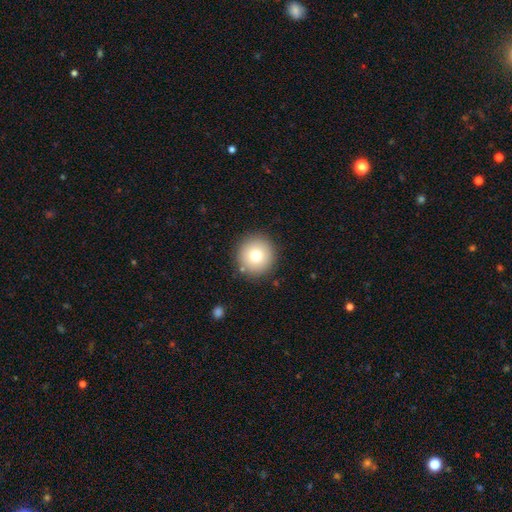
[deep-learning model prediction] This appears to be a smooth galaxy with no disk features (76%) that is round (95%). Merging: none (89%).